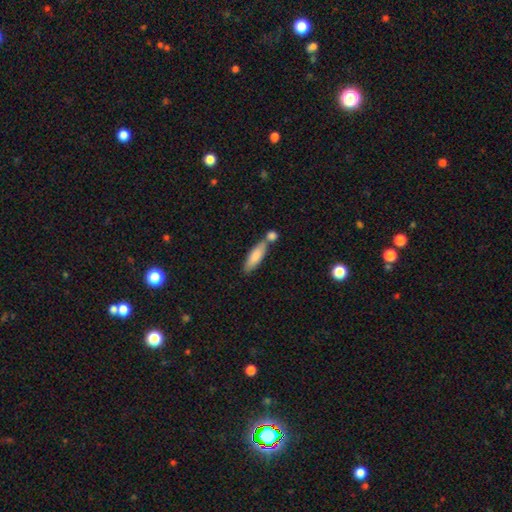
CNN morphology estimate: This is clearly a smooth galaxy (81%). How rounded: possibly cigar-shaped (50%). Merging: possibly none (50%).